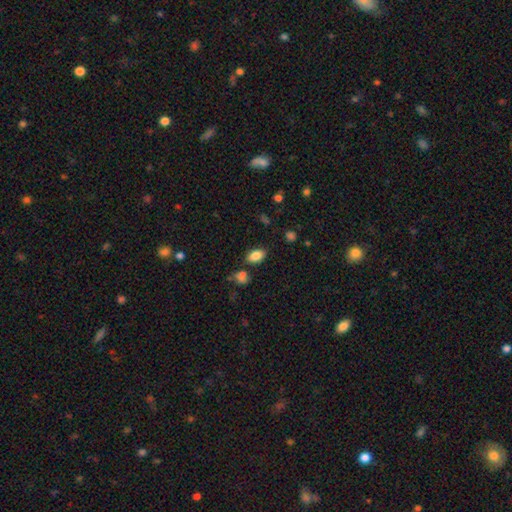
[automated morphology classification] This is clearly a smooth galaxy (84%). How rounded: clearly in between (90%). Merging: clearly none (80%).